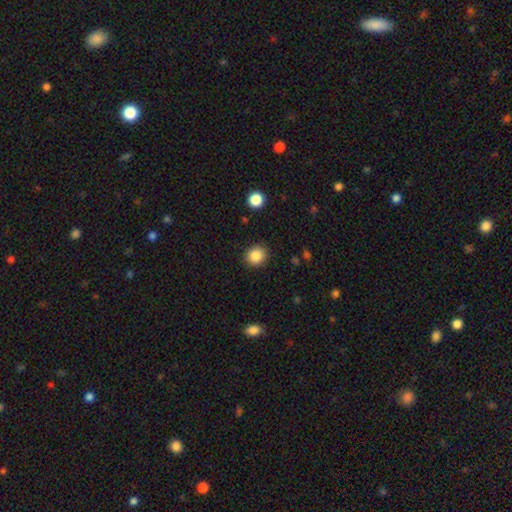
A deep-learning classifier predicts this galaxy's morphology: type=smooth (85%); roundness=round (84%); merging=none (90%).